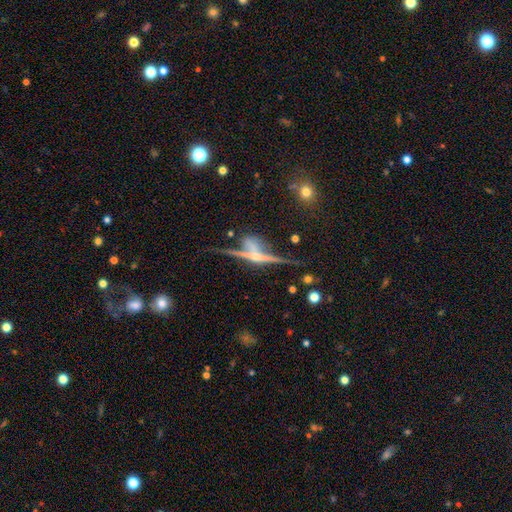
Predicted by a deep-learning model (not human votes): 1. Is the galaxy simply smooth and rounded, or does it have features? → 79% featured or disk, 11% smooth, 10% star or artifact.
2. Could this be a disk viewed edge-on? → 91% yes, 9% no.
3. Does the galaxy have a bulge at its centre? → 75% rounded, 16% none, 9% boxy.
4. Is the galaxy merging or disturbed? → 61% none, 17% minor disturbance, 13% merger, 9% major disturbance.